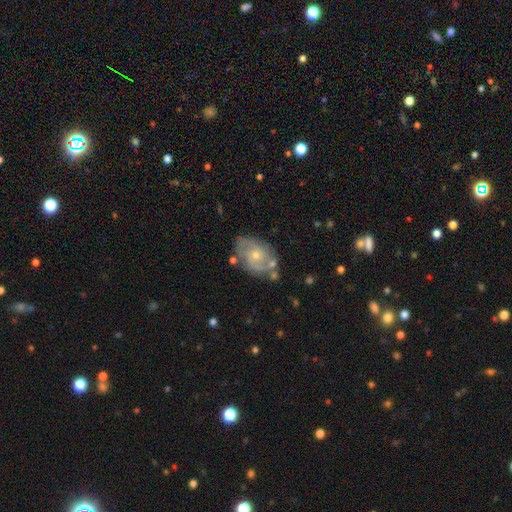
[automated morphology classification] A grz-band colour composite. It shows a featured or disk galaxy (77%) with no bar (70%), 2 (67%) medium (46%) spiral arms (90%) and a small central bulge (60%). Merging: none (68%).